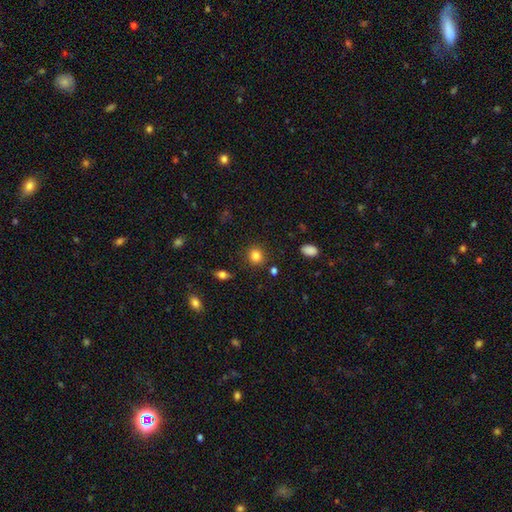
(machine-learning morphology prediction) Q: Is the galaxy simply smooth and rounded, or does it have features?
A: smooth — 84%.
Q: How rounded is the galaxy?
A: round — 85%.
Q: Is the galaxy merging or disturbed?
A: none — 88%.